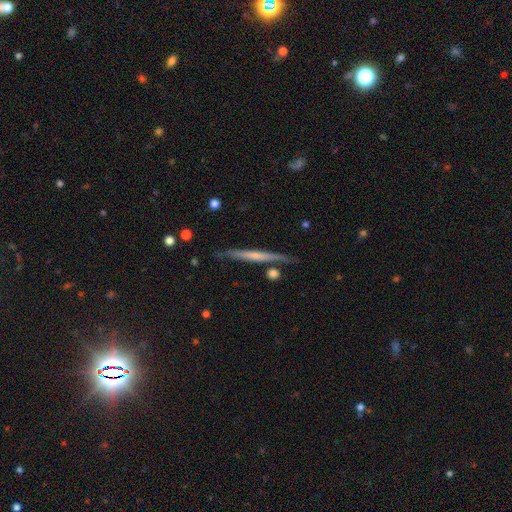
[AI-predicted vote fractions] Smooth or featured? Predicted: featured or disk (p=0.57). Edge-on disk? Predicted: yes (p=0.96). Edge-on bulge? Predicted: none (p=0.63). Merging? Predicted: none (p=0.81).